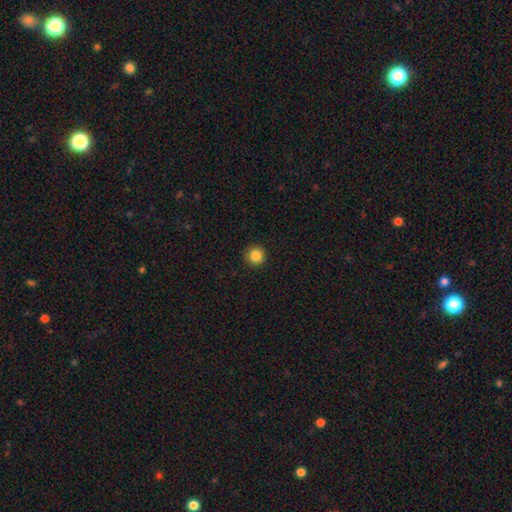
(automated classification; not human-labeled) Q: Smooth or featured?
A: smooth (86%); runner-up: star or artifact (10%)
Q: How rounded?
A: round (95%); runner-up: in between (4%)
Q: Merging?
A: none (92%); runner-up: minor disturbance (5%)